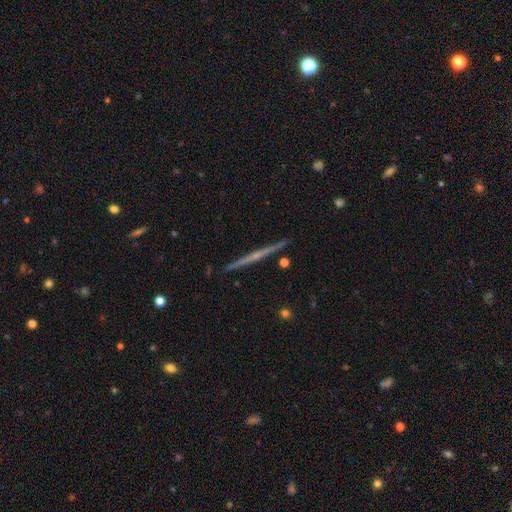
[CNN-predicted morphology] smooth_or_featured: featured or disk (p=0.74) [alt: smooth p=0.20]
disk_edge_on: yes (p=0.98) [alt: no p=0.02]
edge_on_bulge: none (p=0.57) [alt: rounded p=0.36]
merging: none (p=0.92) [alt: minor disturbance p=0.06]